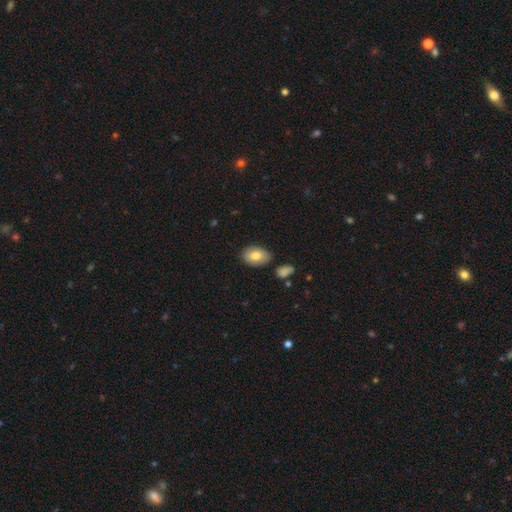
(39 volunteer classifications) This appears to be a smooth galaxy with no disk features (82%) that is in between round and cigar-shaped (84%). Merging: none (84%).